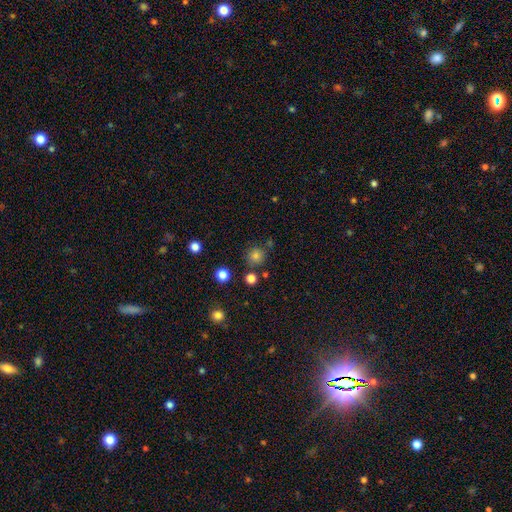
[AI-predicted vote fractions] This appears to be a smooth galaxy with no disk features (79%) that is round (93%). Merging: none (81%).